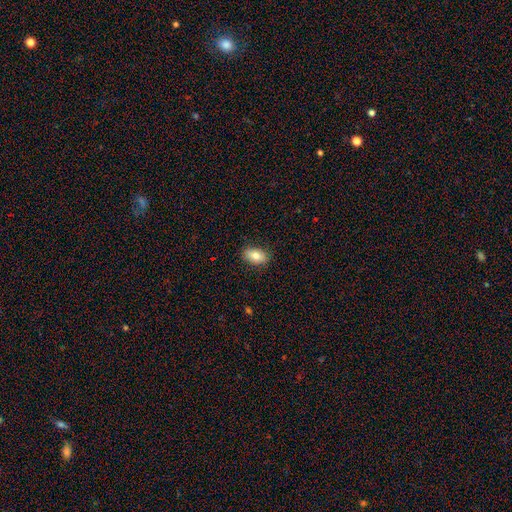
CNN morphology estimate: This is clearly a smooth galaxy (81%). How rounded: clearly in between (90%). Merging: clearly none (88%).